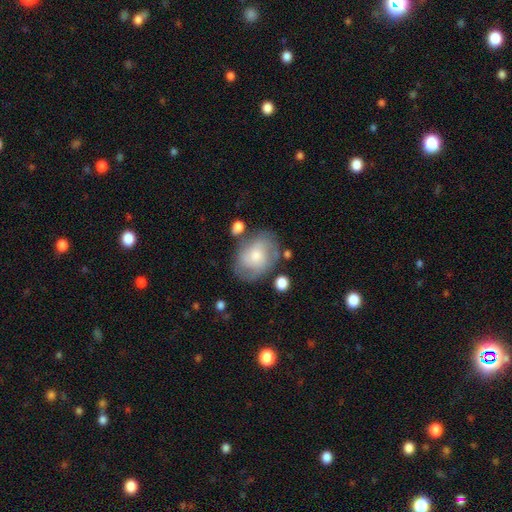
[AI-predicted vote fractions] A smooth galaxy with no disk features (53%) that is in between round and cigar-shaped (69%).

Vote fractions:
- Smooth or featured? smooth: 53% / featured or disk: 40% / star or artifact: 7%
- How rounded? in between: 69% / round: 30% / cigar-shaped: 1%
- Merging? none: 63% / minor disturbance: 22% / major disturbance: 9% / merger: 6%